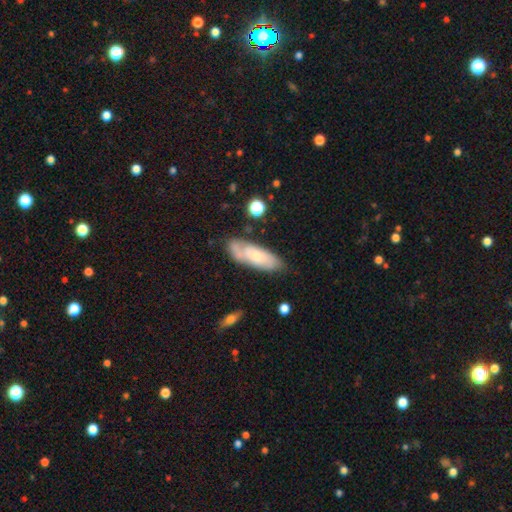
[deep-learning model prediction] Overall: smooth (52%; featured or disk 41%). How rounded: in between (67%; cigar-shaped 31%). Merging: none (60%; minor disturbance 25%).